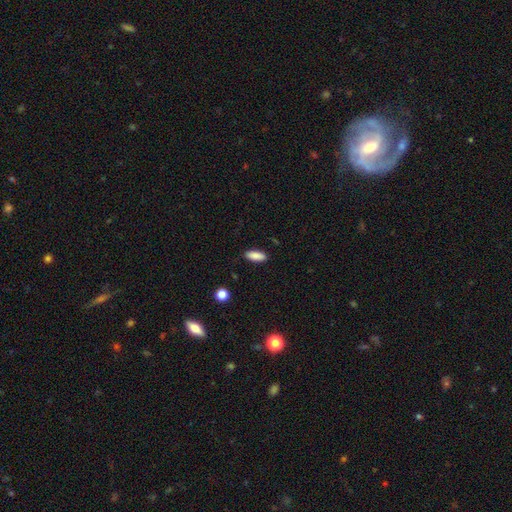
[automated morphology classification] Overall: smooth (88%). How rounded: in between (74%). Merging: none (88%).